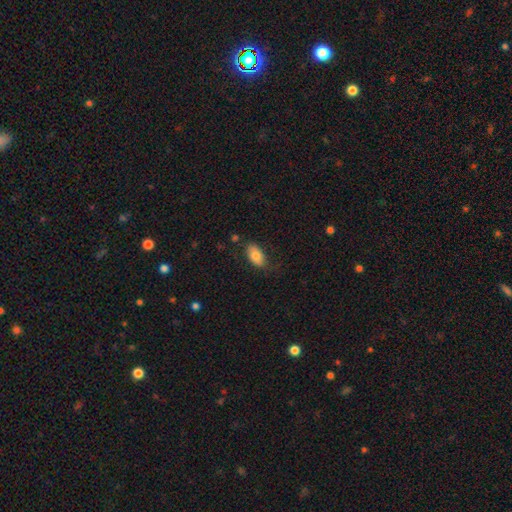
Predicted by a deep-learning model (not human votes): Smooth or featured: smooth — 77% (featured or disk — 16%)
How rounded: in between — 93% (round — 4%)
Merging: none — 72% (minor disturbance — 20%)